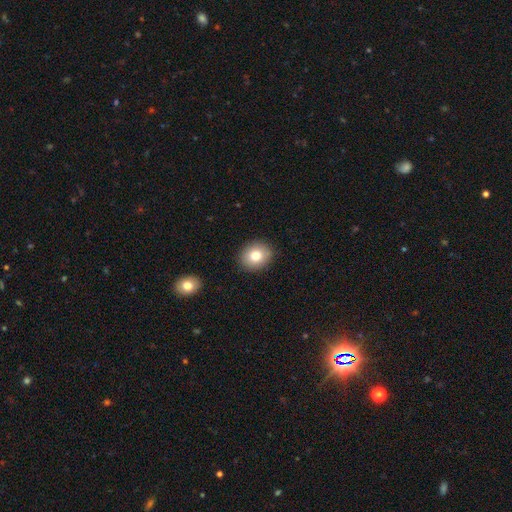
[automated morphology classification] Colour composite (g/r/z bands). It shows a smooth galaxy with no disk features (79%) that is round (65%). Merging: none (90%).